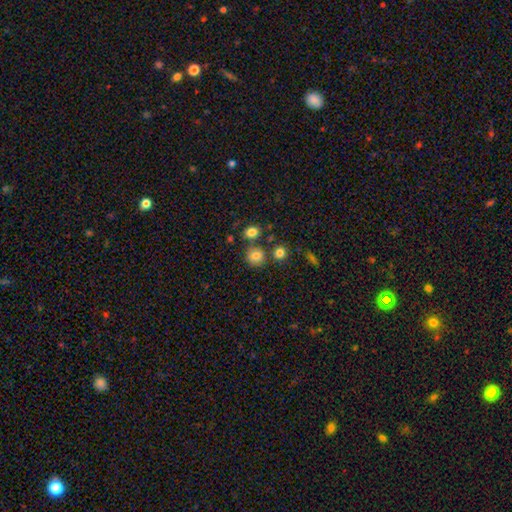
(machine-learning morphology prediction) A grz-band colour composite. It shows a smooth galaxy with no disk features (80%) that is round (85%). Merging: none (73%).